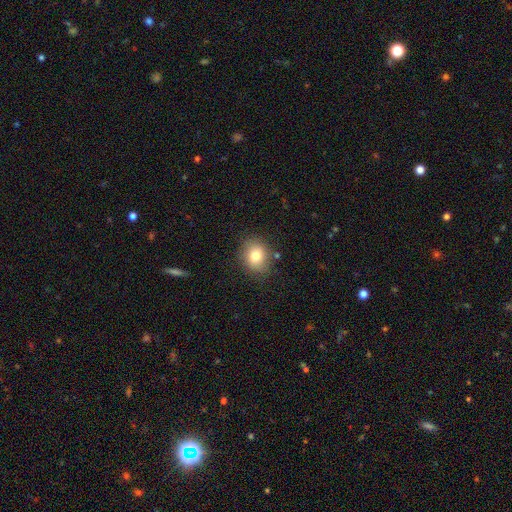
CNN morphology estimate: smooth 79%, star or artifact 11%, featured or disk 11%. Down the decision tree: how rounded — round (67%); merging — none (83%).